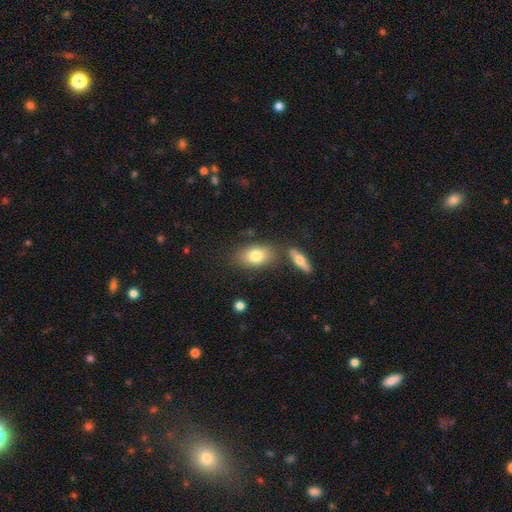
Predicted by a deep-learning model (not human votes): A smooth galaxy with no disk features (78%) that is in between round and cigar-shaped (87%).

Vote fractions:
- Smooth or featured? smooth: 78% / featured or disk: 15% / star or artifact: 7%
- How rounded? in between: 87% / round: 10% / cigar-shaped: 3%
- Merging? none: 69% / merger: 15% / minor disturbance: 13% / major disturbance: 4%